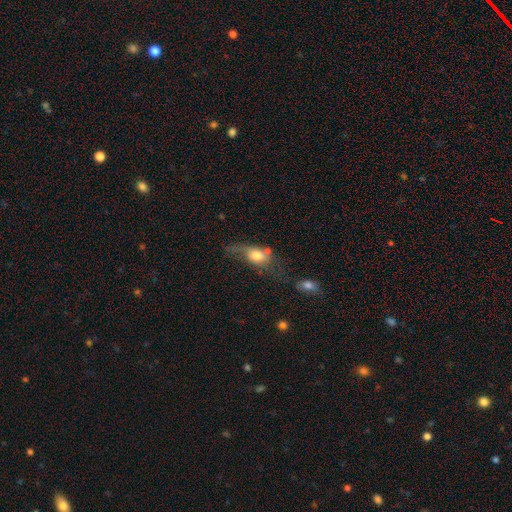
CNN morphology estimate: type=smooth (64%); roundness=in between (70%); merging=major disturbance (31%).